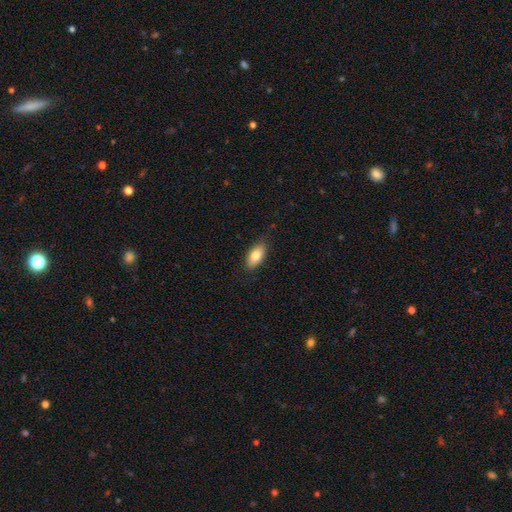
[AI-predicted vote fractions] A smooth galaxy with no disk features (79%) that is in between round and cigar-shaped (88%).

Vote fractions:
- Smooth or featured? smooth: 79% / featured or disk: 15% / star or artifact: 7%
- How rounded? in between: 88% / cigar-shaped: 8% / round: 3%
- Merging? none: 82% / minor disturbance: 14% / major disturbance: 3% / merger: 1%